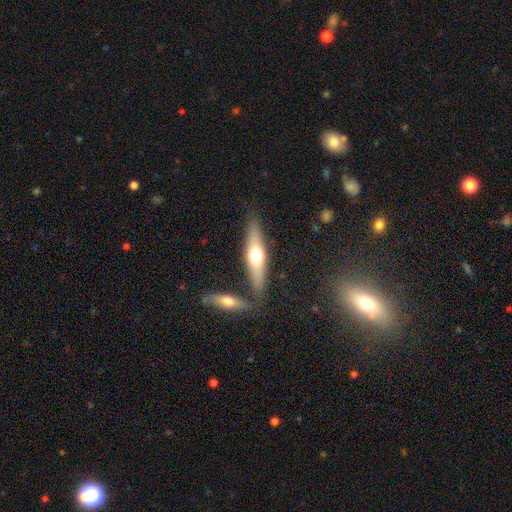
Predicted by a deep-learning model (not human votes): smooth_or_featured: featured or disk (p=0.48) [alt: smooth p=0.47]
merging: none (p=0.77) [alt: minor disturbance p=0.11]